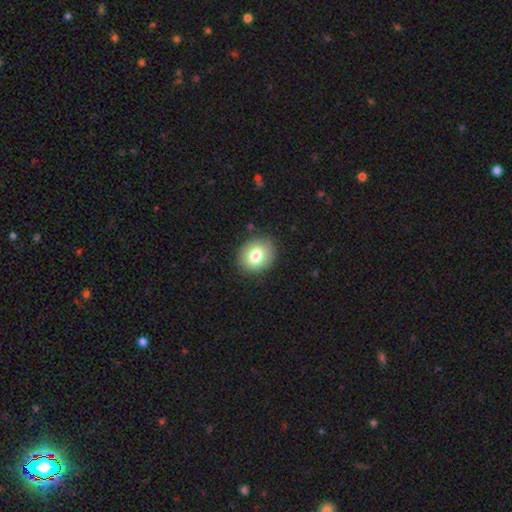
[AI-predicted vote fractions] Overall: smooth (77%). How rounded: round (57%; in between 42%). Merging: none (85%).